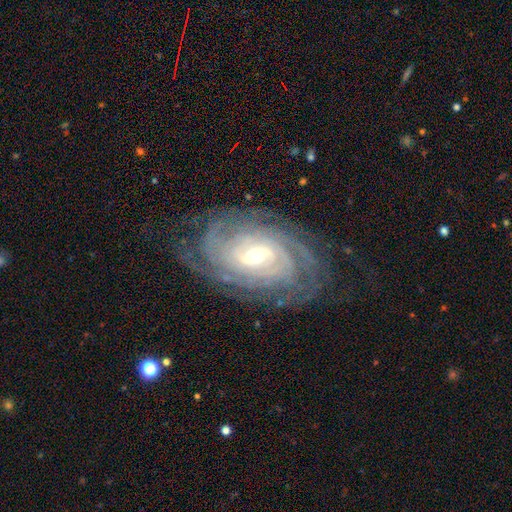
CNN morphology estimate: Smooth or featured? featured or disk (90%)
Edge-on disk? no (95%)
Bar? weak (48%)
Spiral arms? yes (97%)
Spiral winding? tight (79%)
Spiral arm count? can't tell (33%)
Bulge size? moderate (59%)
Merging? none (76%)